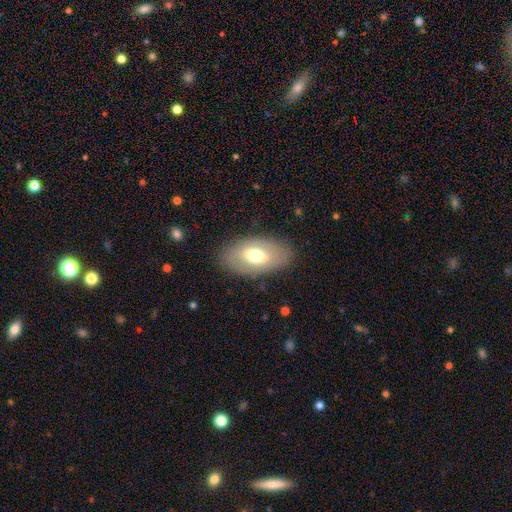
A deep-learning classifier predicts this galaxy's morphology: Q: Smooth or featured?
A: smooth (57%); runner-up: featured or disk (36%)
Q: How rounded?
A: in between (91%); runner-up: round (7%)
Q: Merging?
A: none (83%); runner-up: minor disturbance (11%)